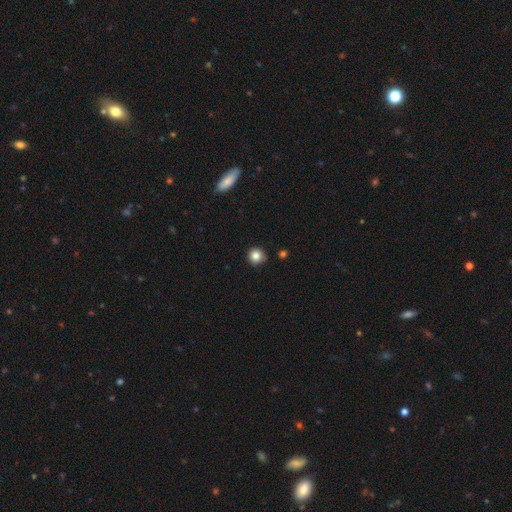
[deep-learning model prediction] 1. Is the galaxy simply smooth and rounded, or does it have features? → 84% smooth, 11% star or artifact, 5% featured or disk.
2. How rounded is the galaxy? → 93% round, 6% in between, 1% cigar-shaped.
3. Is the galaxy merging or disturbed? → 81% none, 13% minor disturbance, 3% merger, 3% major disturbance.